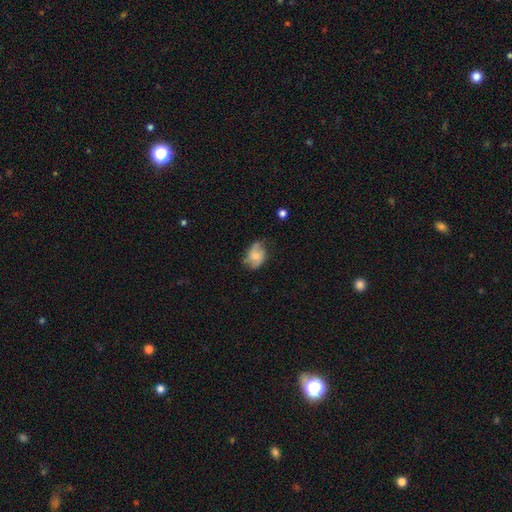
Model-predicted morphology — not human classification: Smooth or featured? smooth (53%)
How rounded? in between (71%)
Merging? none (52%)